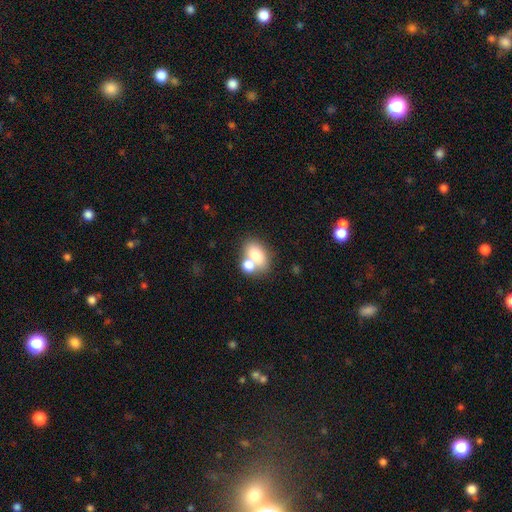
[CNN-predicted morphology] This appears to be a smooth galaxy with no disk features (76%) that is in between round and cigar-shaped (79%). Merging: merger (45%).